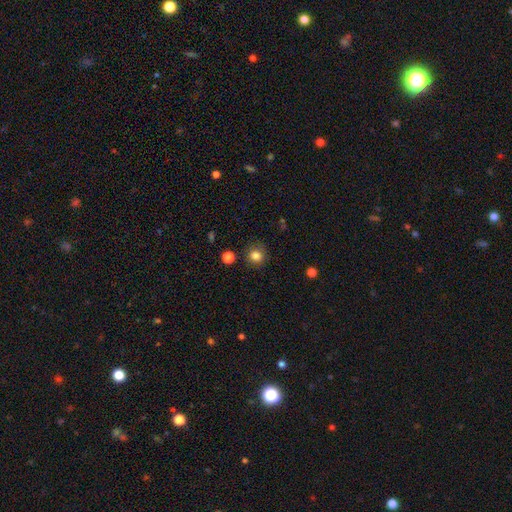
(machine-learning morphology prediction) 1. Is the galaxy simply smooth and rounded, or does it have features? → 83% smooth, 12% star or artifact, 5% featured or disk.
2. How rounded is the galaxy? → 85% round, 14% in between, 1% cigar-shaped.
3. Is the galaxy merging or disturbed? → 85% none, 10% minor disturbance, 3% major disturbance, 2% merger.